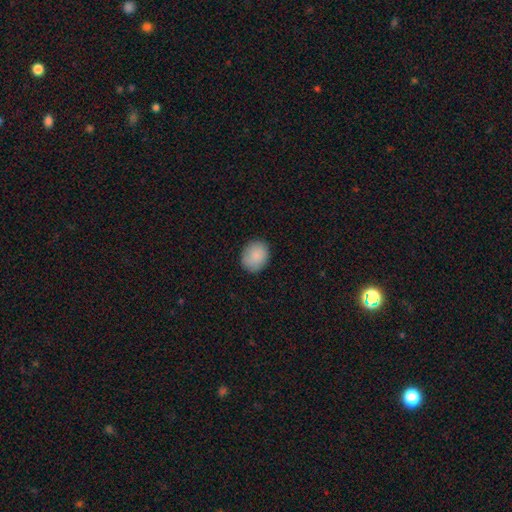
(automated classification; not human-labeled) Smooth or featured?
  - smooth: 89% *
  - star or artifact: 7%
  - featured or disk: 4%
How rounded?
  - round: 57% *
  - in between: 42%
  - cigar-shaped: 1%
Merging?
  - none: 87% *
  - minor disturbance: 10%
  - major disturbance: 2%
  - merger: 1%